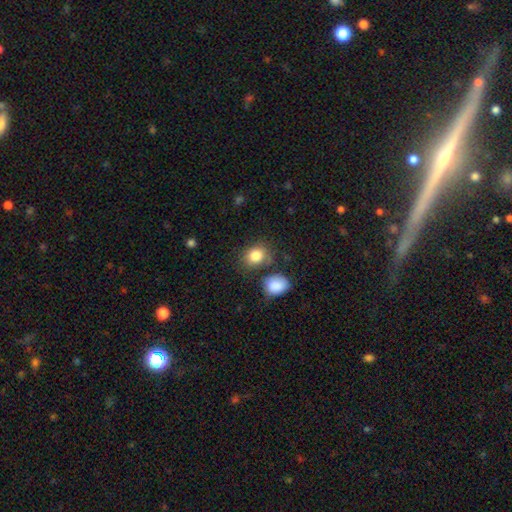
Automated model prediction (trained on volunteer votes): Smooth or featured? Predicted: smooth (p=0.84). How rounded? Predicted: round (p=0.53). Merging? Predicted: none (p=0.67).